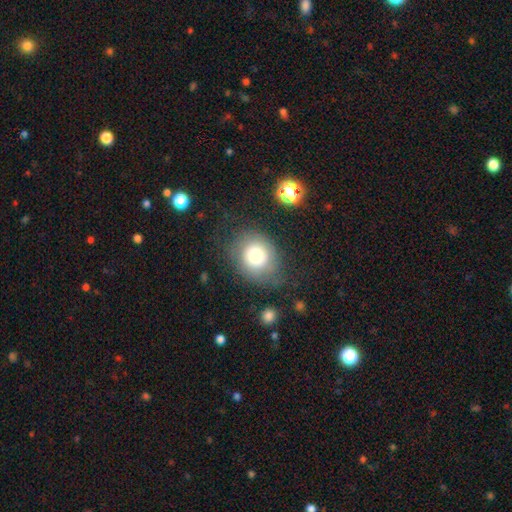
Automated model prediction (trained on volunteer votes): This is likely a smooth galaxy (74%). How rounded: likely round (62%). Merging: likely none (62%).